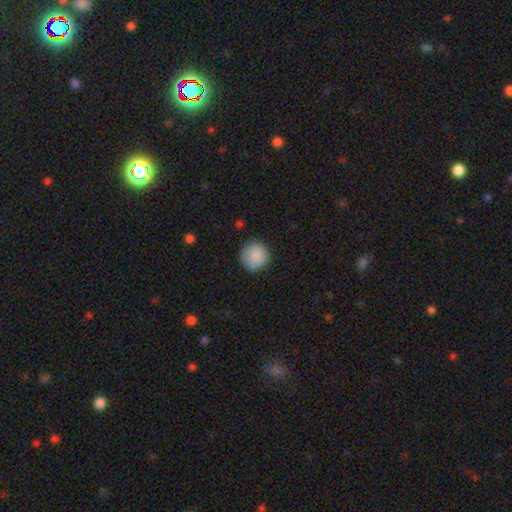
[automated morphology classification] Smooth or featured? smooth (88%)
How rounded? round (95%)
Merging? none (86%)